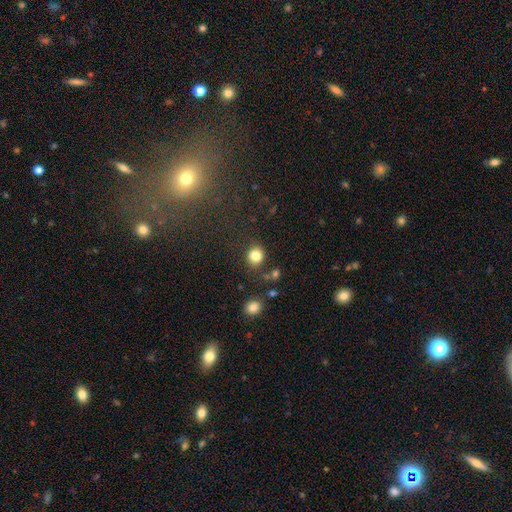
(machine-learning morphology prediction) Overall: smooth (83%). How rounded: round (81%). Merging: none (80%).